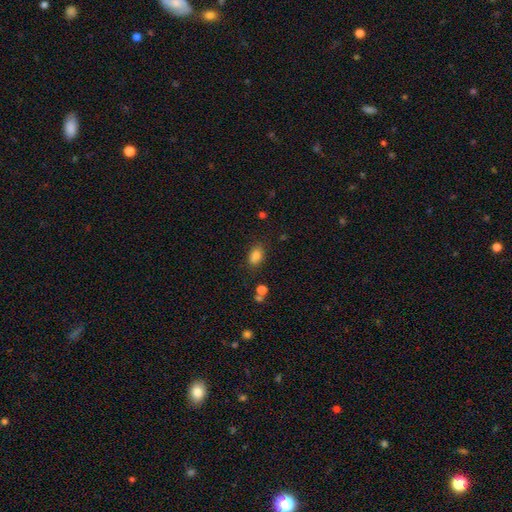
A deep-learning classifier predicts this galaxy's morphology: smooth 82%, star or artifact 11%, featured or disk 7%. Down the decision tree: how rounded — in between (80%); merging — none (75%).